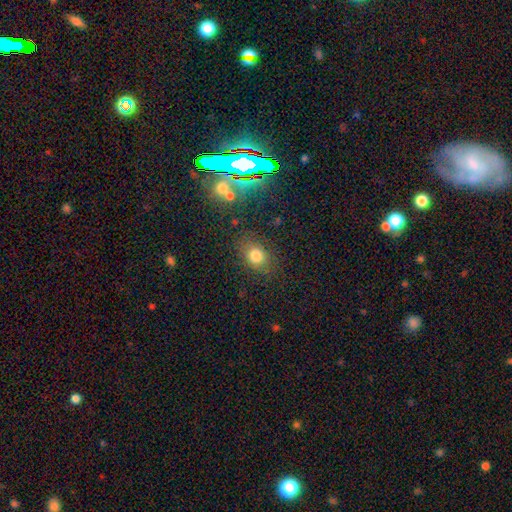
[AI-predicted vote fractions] Smooth or featured: smooth — 76% (star or artifact — 14%)
How rounded: in between — 55% (round — 44%)
Merging: none — 78% (minor disturbance — 14%)